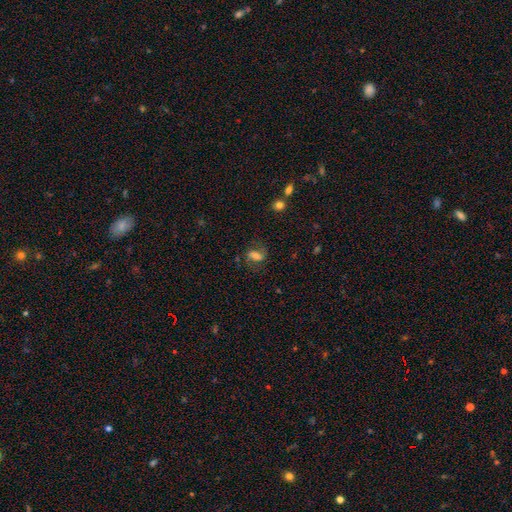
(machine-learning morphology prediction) Overall: featured or disk (47%; smooth 41%). Merging: none (68%).